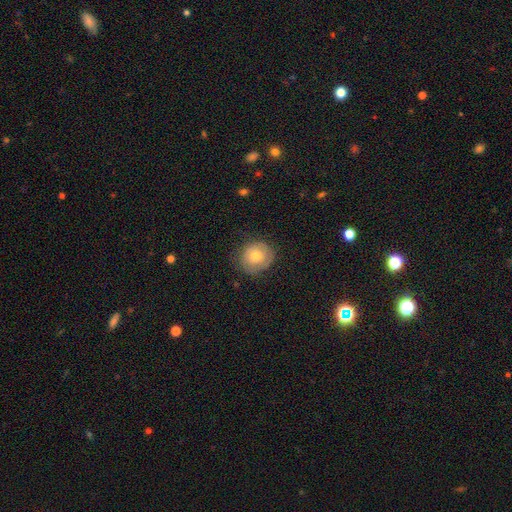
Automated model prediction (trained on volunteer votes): A smooth galaxy with no disk features (57%) that is round (82%).

Vote fractions:
- Smooth or featured? smooth: 57% / featured or disk: 35% / star or artifact: 9%
- How rounded? round: 82% / in between: 17% / cigar-shaped: 1%
- Merging? none: 75% / minor disturbance: 18% / major disturbance: 6% / merger: 1%